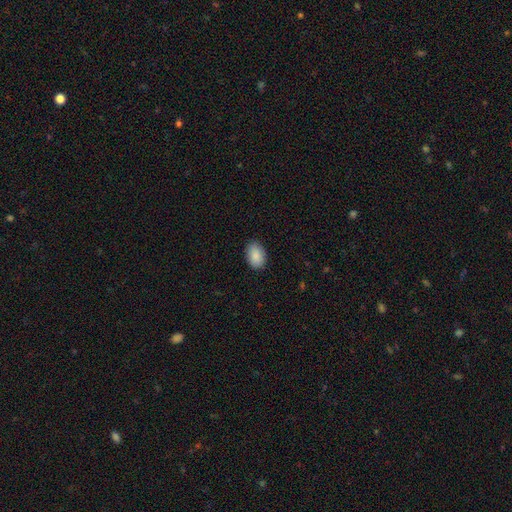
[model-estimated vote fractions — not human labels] Morphology: type=smooth (89%); roundness=in between (88%); merging=none (87%).